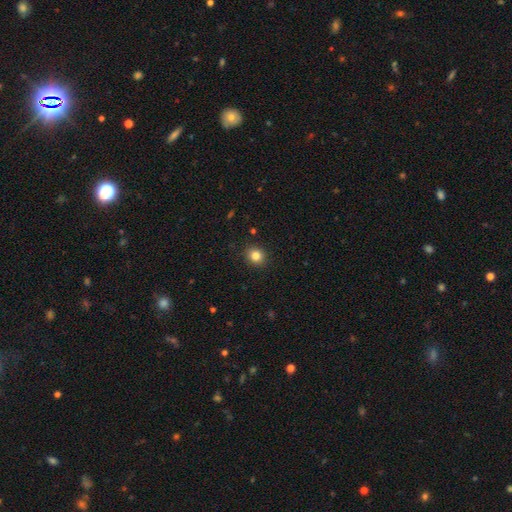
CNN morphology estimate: smooth 83%, star or artifact 11%, featured or disk 6%. Down the decision tree: how rounded — round (78%); merging — none (90%).